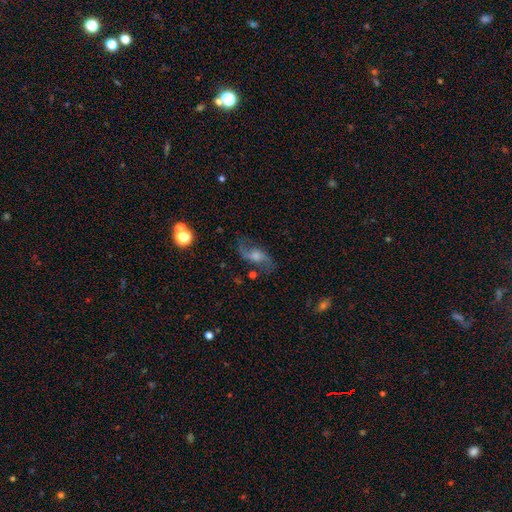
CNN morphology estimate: Smooth or featured?
  - featured or disk: 75% *
  - smooth: 16%
  - star or artifact: 9%
Edge-on disk?
  - no: 92% *
  - yes: 8%
Bar?
  - no: 55% *
  - weak: 36%
  - strong: 9%
Spiral arms?
  - yes: 92% *
  - no: 8%
Spiral winding?
  - loose: 72% *
  - medium: 23%
  - tight: 5%
Spiral arm count?
  - 2: 91% *
  - can't tell: 3%
  - 1: 3%
  - 3: 1%
  - 4: 1%
  - more than 4: 1%
Bulge size?
  - moderate: 44% *
  - small: 23%
  - large: 20%
  - none: 11%
  - dominant: 3%
Merging?
  - none: 71% *
  - minor disturbance: 16%
  - major disturbance: 10%
  - merger: 3%